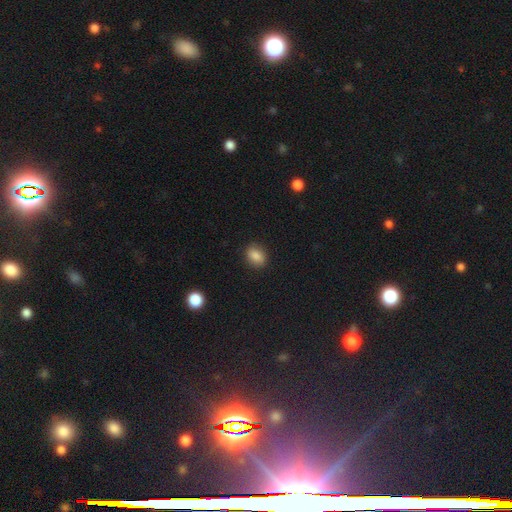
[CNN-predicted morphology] This appears to be a smooth galaxy with no disk features (86%) that is in between round and cigar-shaped (64%). Merging: none (87%).